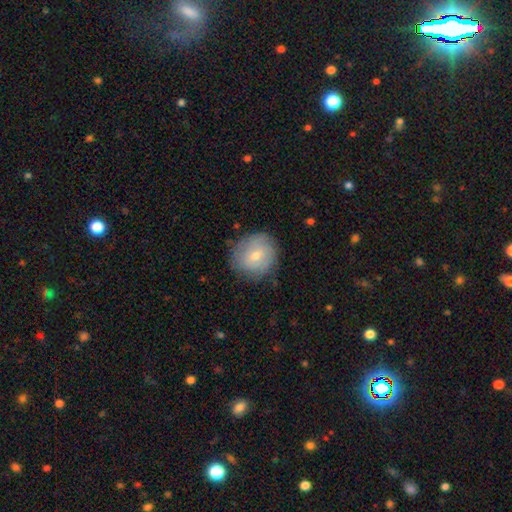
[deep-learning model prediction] Overall: smooth (67%). How rounded: round (86%). Merging: none (77%).